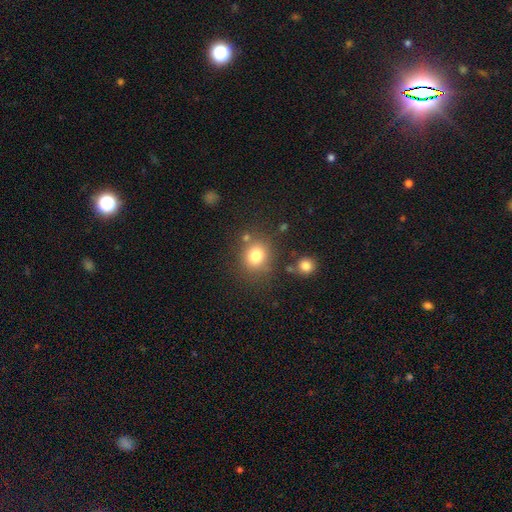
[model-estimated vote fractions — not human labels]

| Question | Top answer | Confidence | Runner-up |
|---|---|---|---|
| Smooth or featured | smooth | 79% | star or artifact (13%) |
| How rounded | round | 76% | in between (23%) |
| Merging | none | 76% | minor disturbance (12%) |